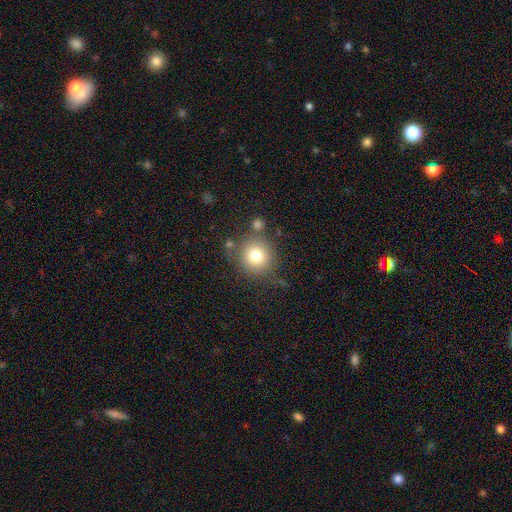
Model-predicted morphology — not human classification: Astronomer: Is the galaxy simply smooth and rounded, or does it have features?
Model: smooth — 76%.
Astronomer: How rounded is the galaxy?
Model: round — 92%.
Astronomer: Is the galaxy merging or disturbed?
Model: none — 75%.